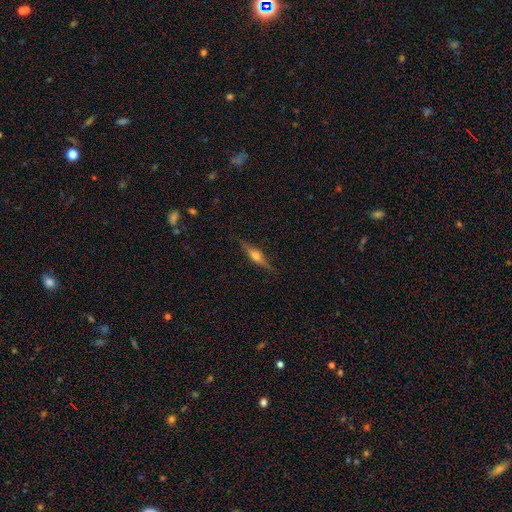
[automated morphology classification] This is likely a featured or disk galaxy (66%). It is clearly viewed edge-on (97%). Edge-on bulge: clearly rounded (89%). Merging: clearly none (87%).